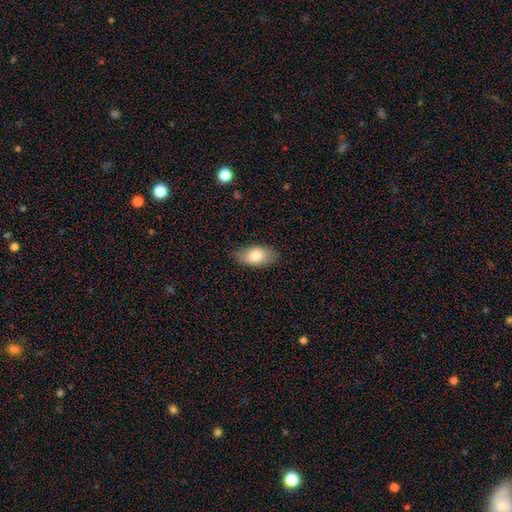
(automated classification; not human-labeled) This is likely a smooth galaxy (79%). How rounded: clearly in between (93%). Merging: clearly none (84%).